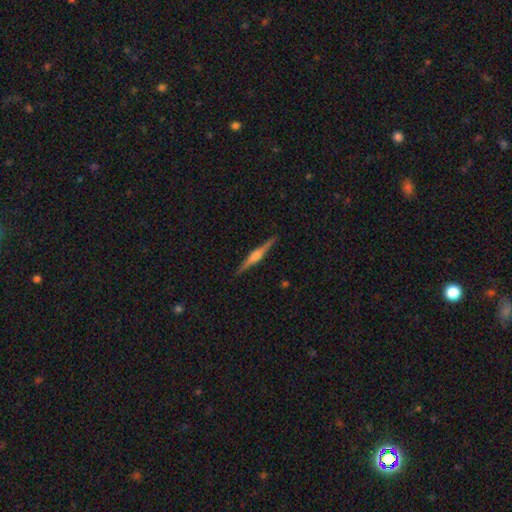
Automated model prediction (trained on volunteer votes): Smooth or featured? featured or disk (79%)
Edge-on disk? yes (98%)
Edge-on bulge? rounded (75%)
Merging? none (91%)